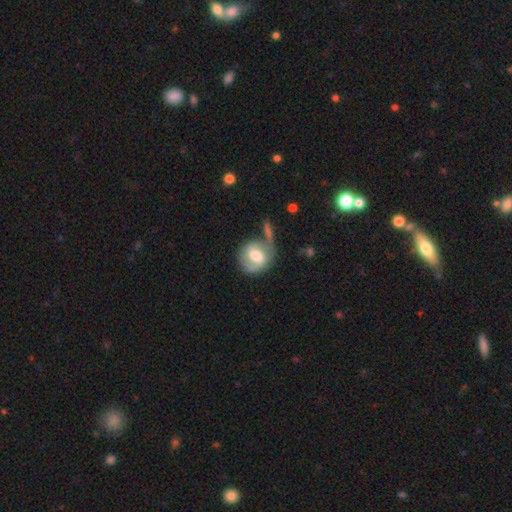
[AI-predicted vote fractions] Q: Smooth or featured?
A: featured or disk (51%); runner-up: smooth (43%)
Q: Edge-on disk?
A: no (96%); runner-up: yes (4%)
Q: Merging?
A: none (51%); runner-up: minor disturbance (21%)